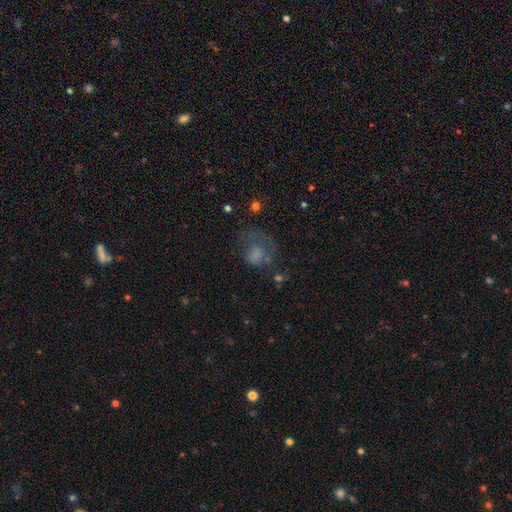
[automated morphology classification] A star or artifact, not a galaxy (35%).